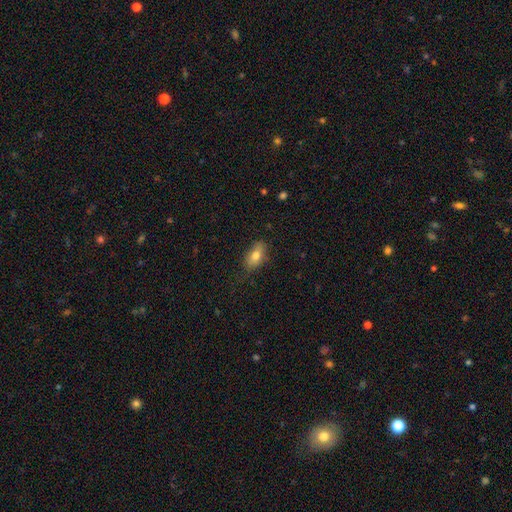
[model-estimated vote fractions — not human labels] smooth 77%, featured or disk 15%, star or artifact 8%. Down the decision tree: how rounded — in between (86%); merging — none (76%).